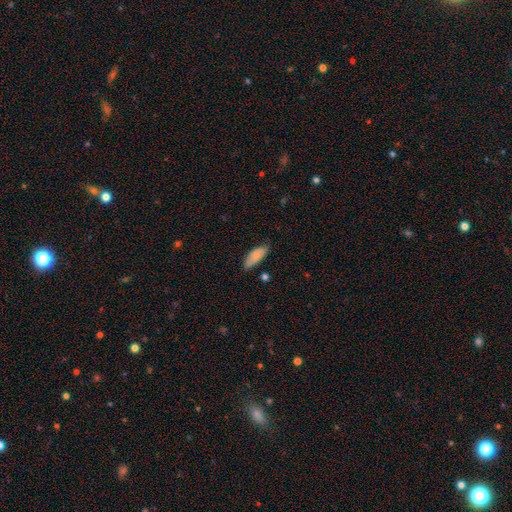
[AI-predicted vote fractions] smooth_or_featured: smooth (p=0.82) [alt: featured or disk p=0.12]
how_rounded: in between (p=0.79) [alt: cigar-shaped p=0.19]
merging: none (p=0.70) [alt: minor disturbance p=0.24]